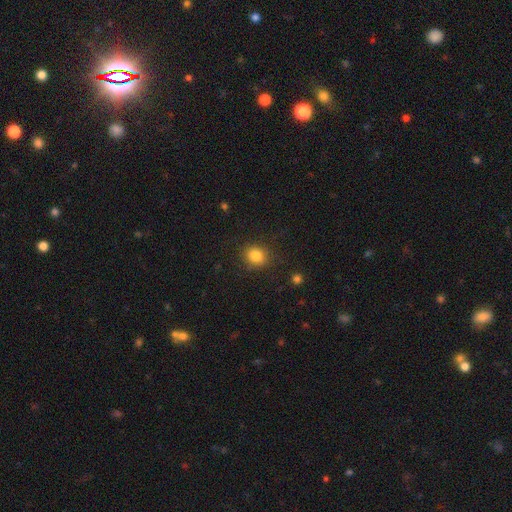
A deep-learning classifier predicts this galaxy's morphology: smooth-or-featured: smooth: 83% | star or artifact: 11% | featured or disk: 6%
  how-rounded: round: 69% | in between: 30% | cigar-shaped: 1%
  merging: none: 86% | minor disturbance: 9% | major disturbance: 3% | merger: 1%